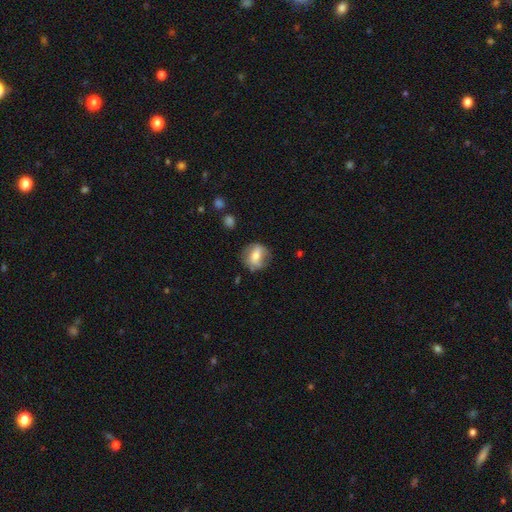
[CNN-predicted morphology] The model was most divided on "smooth or featured": smooth: 50%, featured or disk: 42%, star or artifact: 8%. More confident: merging — none (69%).